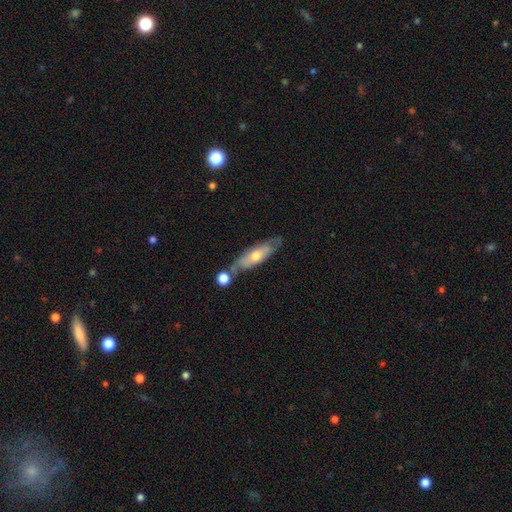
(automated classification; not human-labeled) Smooth or featured? Predicted: featured or disk (p=0.51). Edge-on disk? Predicted: no (p=0.55). Merging? Predicted: none (p=0.55).